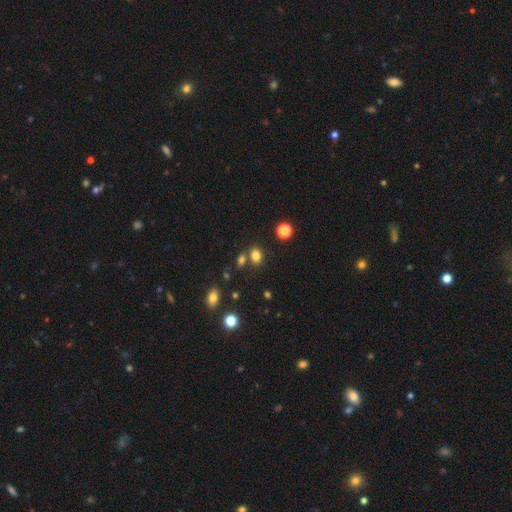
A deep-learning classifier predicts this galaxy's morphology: smooth 80%, star or artifact 14%, featured or disk 6%. Down the decision tree: how rounded — in between (71%); merging — none (66%).